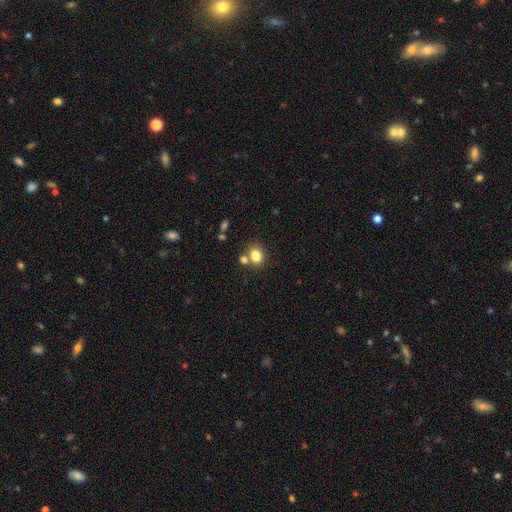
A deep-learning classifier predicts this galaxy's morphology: The model was most divided on "how rounded": round: 57%, in between: 42%, cigar-shaped: 1%. More confident: smooth or featured — smooth (81%); merging — none (63%).